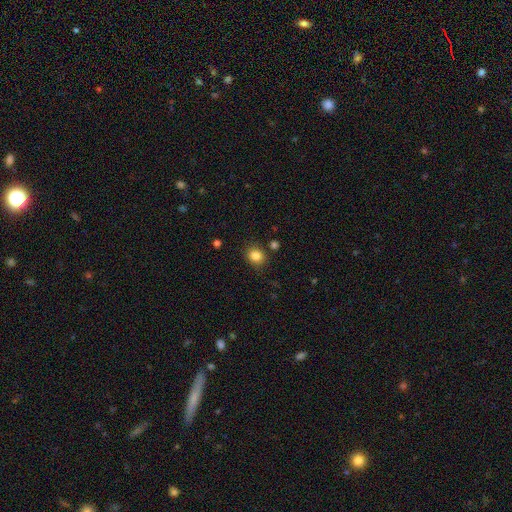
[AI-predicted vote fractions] Smooth or featured? smooth (84%)
How rounded? round (71%)
Merging? none (82%)